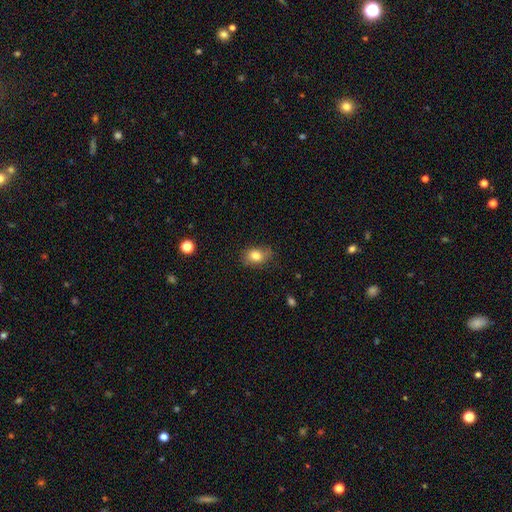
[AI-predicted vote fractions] Smooth or featured?
  - smooth: 81% *
  - star or artifact: 10%
  - featured or disk: 9%
How rounded?
  - in between: 68% *
  - round: 30%
  - cigar-shaped: 1%
Merging?
  - none: 74% *
  - minor disturbance: 21%
  - major disturbance: 4%
  - merger: 1%